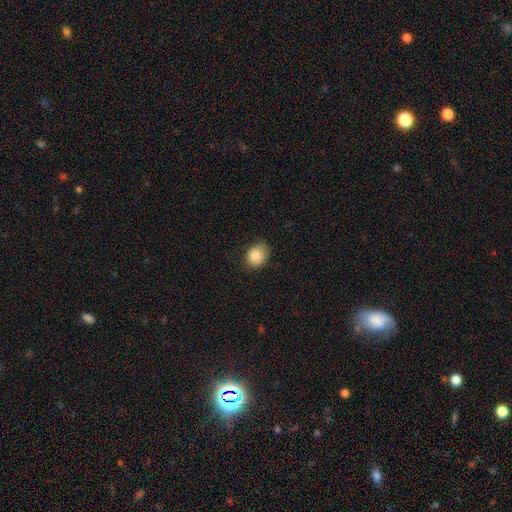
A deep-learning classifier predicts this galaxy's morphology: smooth_or_featured: smooth (p=0.87) [alt: star or artifact p=0.08]
how_rounded: round (p=0.54) [alt: in between p=0.45]
merging: none (p=0.70) [alt: minor disturbance p=0.24]